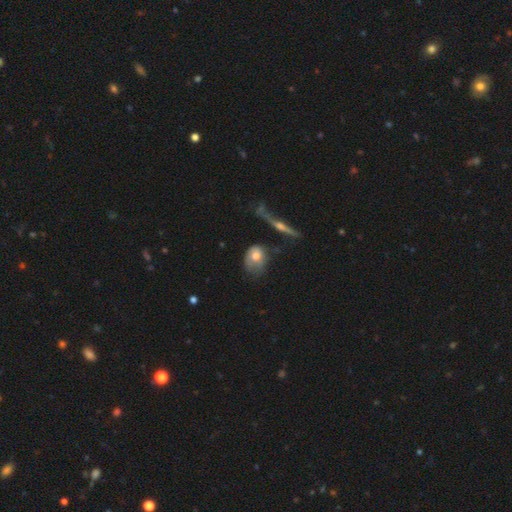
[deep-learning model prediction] Morphology: type=smooth (58%); roundness=in between (62%); merging=minor disturbance (32%).